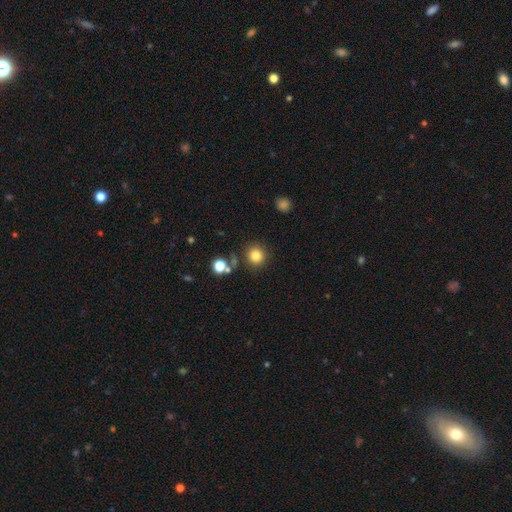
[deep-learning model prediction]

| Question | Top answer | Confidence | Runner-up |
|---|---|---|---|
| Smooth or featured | smooth | 82% | star or artifact (12%) |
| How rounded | round | 92% | in between (7%) |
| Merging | none | 85% | minor disturbance (8%) |